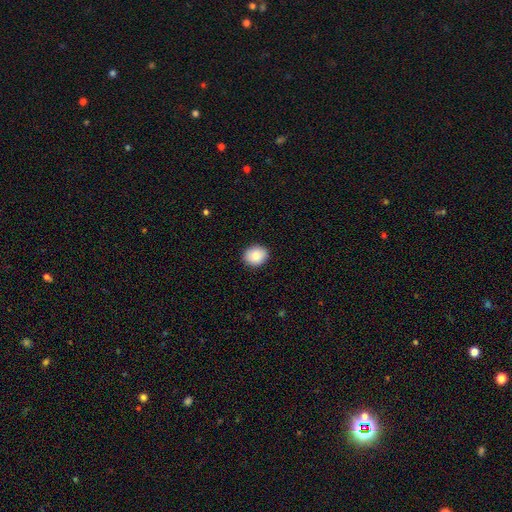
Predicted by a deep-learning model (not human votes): A smooth galaxy with no disk features (86%) that is round (62%). Merging: none (89%).